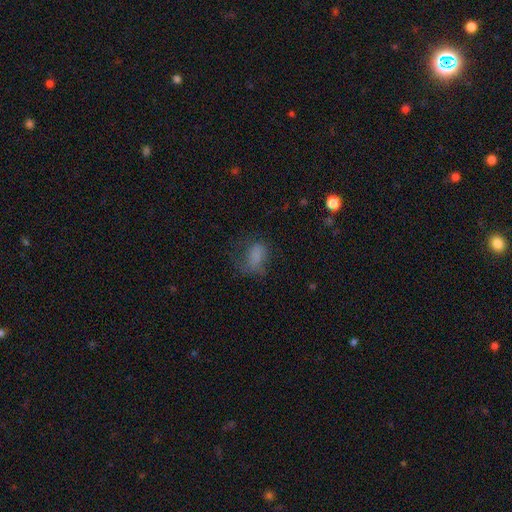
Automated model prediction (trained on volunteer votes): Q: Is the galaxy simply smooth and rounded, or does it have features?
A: smooth — 66%.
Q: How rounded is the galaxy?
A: in between — 78%.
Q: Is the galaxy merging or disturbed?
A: major disturbance — 37%.